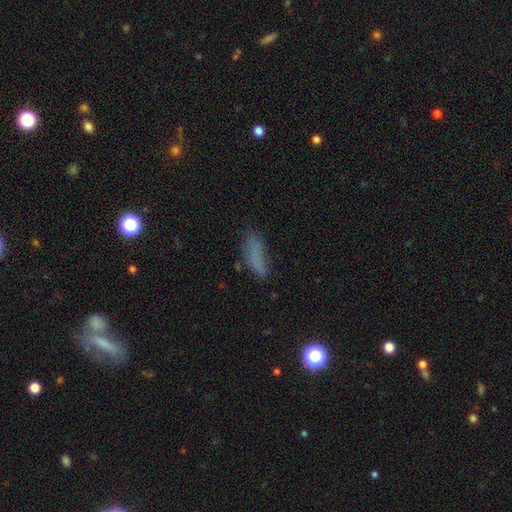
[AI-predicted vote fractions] Smooth or featured: smooth — 75% (star or artifact — 14%)
How rounded: cigar-shaped — 58% (in between — 40%)
Merging: none — 69% (minor disturbance — 20%)